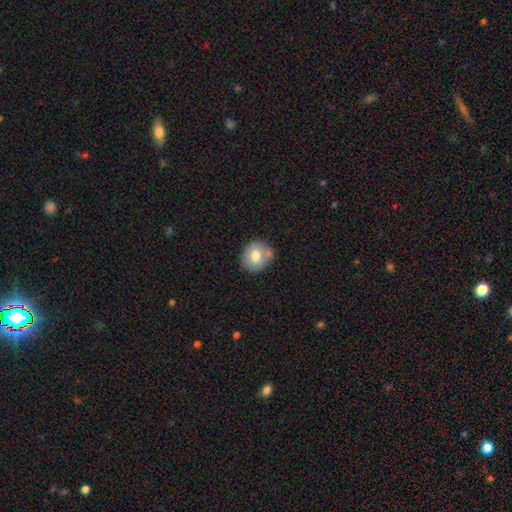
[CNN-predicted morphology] Q: Smooth or featured?
A: smooth (72%); runner-up: featured or disk (21%)
Q: How rounded?
A: round (74%); runner-up: in between (25%)
Q: Merging?
A: none (67%); runner-up: minor disturbance (20%)